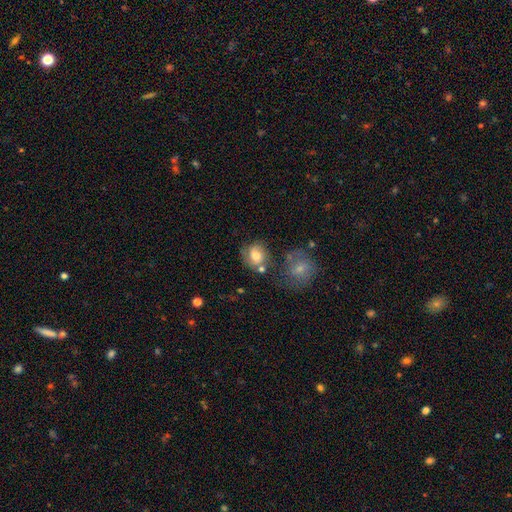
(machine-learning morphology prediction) This is likely a smooth galaxy (68%). How rounded: likely round (71%). Merging: possibly none (54%).